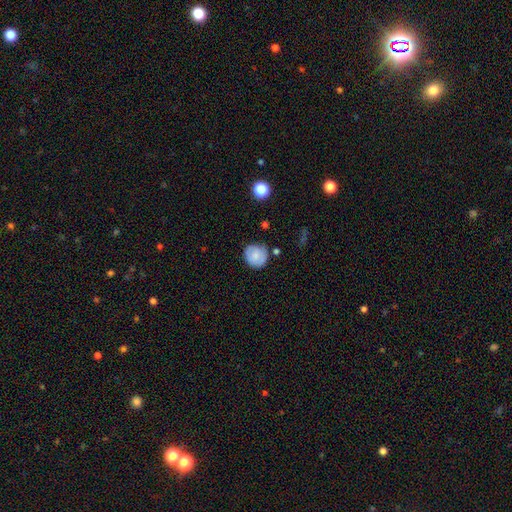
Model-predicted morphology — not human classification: Overall: smooth (74%). How rounded: round (88%). Merging: none (74%).